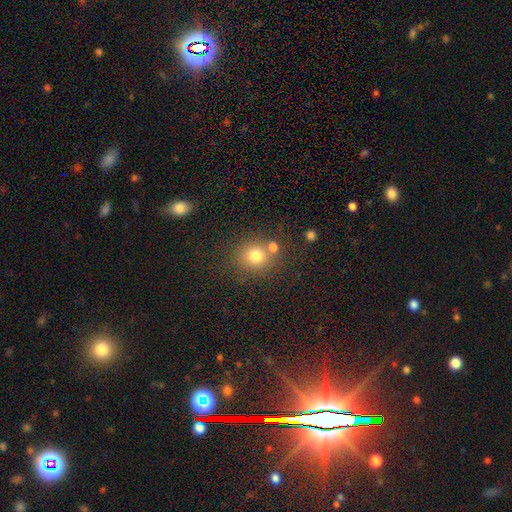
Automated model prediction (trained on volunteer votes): Smooth or featured?
  - smooth: 76% *
  - star or artifact: 15%
  - featured or disk: 10%
How rounded?
  - round: 84% *
  - in between: 15%
  - cigar-shaped: 1%
Merging?
  - none: 68% *
  - merger: 18%
  - minor disturbance: 10%
  - major disturbance: 4%